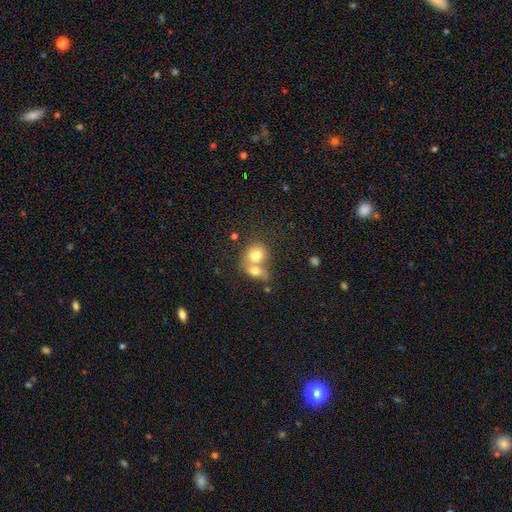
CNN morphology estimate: type=smooth (66%); roundness=round (75%); merging=merger (59%).